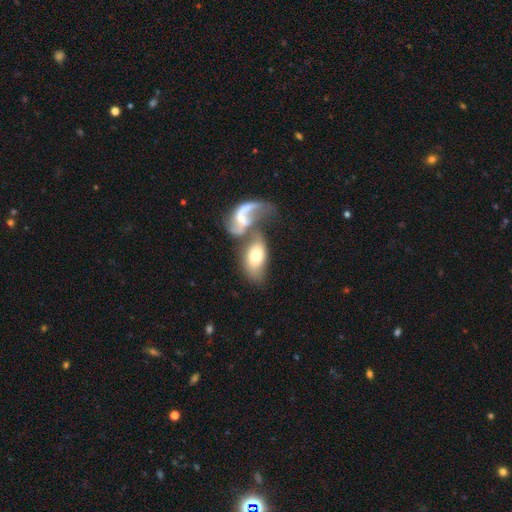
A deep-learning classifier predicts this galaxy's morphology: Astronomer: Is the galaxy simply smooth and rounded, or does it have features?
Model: smooth — 53% (runner-up: featured or disk, 40%).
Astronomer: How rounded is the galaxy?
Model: in between — 90%.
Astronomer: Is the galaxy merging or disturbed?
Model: merger — 62%.